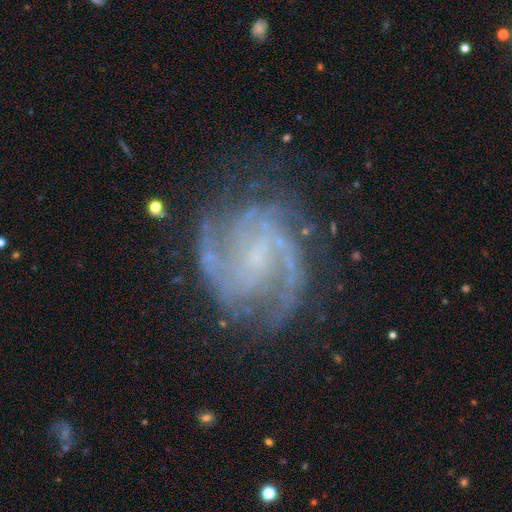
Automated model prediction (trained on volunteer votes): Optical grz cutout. It shows a featured or disk galaxy (89%) with a weak bar (47%), 2 (55%) medium (50%) spiral arms (97%) and a small central bulge (53%). Merging: none (73%).